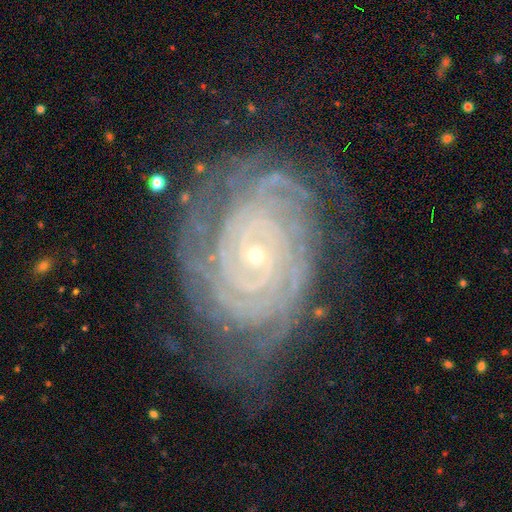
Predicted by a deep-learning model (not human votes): Morphology: type=featured or disk (89%); edge-on=no (97%); bar=no (76%); spiral arms=yes (98%); winding=tight (87%); arm count=can't tell (25%); bulge=small (85%); merging=none (73%).